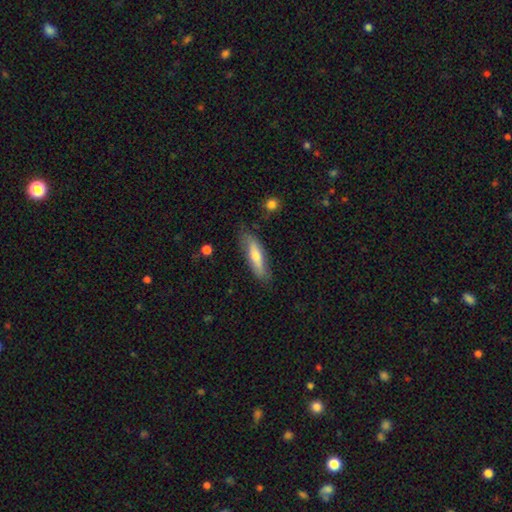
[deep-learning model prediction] smooth 57%, featured or disk 37%, star or artifact 6%. Down the decision tree: how rounded — cigar-shaped (68%); merging — none (76%).